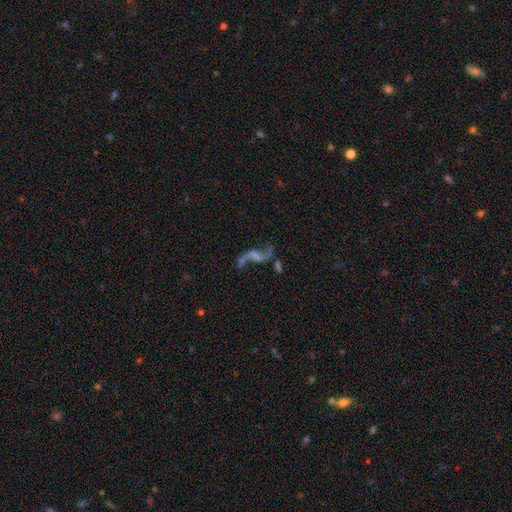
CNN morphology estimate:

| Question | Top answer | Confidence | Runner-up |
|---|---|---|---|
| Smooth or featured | featured or disk | 85% | star or artifact (9%) |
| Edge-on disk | no | 95% | yes (5%) |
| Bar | no | 45% | weak (39%) |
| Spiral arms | yes | 93% | no (7%) |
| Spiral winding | loose | 93% | medium (5%) |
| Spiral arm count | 2 | 92% | 1 (3%) |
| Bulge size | none | 46% | small (35%) |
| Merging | none | 62% | minor disturbance (16%) |